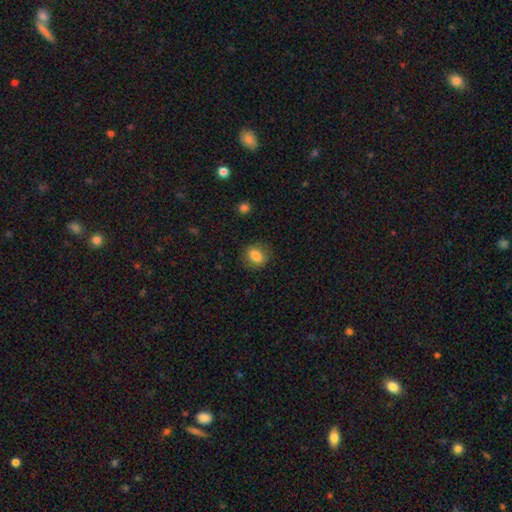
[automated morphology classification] A smooth galaxy with no disk features (81%) that is in between round and cigar-shaped (49%, tied with round).

Vote fractions:
- Smooth or featured? smooth: 81% / featured or disk: 10% / star or artifact: 9%
- How rounded? in between: 49% (tied) / round: 49% (tied) / cigar-shaped: 2%
- Merging? none: 83% / minor disturbance: 12% / major disturbance: 4% / merger: 1%